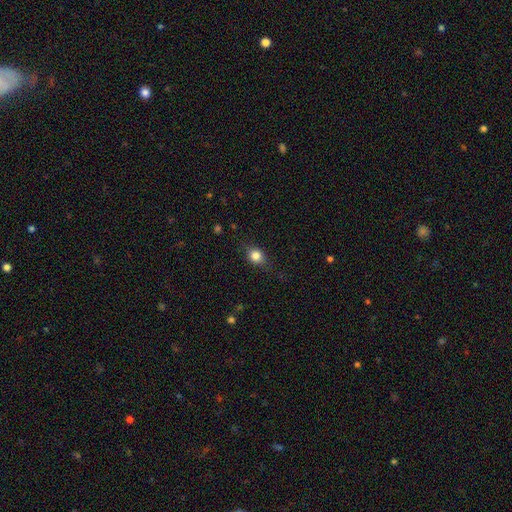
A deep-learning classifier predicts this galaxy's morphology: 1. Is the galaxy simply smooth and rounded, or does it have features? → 81% smooth, 10% star or artifact, 9% featured or disk.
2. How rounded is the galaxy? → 54% round, 44% in between, 2% cigar-shaped.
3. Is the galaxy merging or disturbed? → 78% none, 16% minor disturbance, 4% major disturbance, 1% merger.